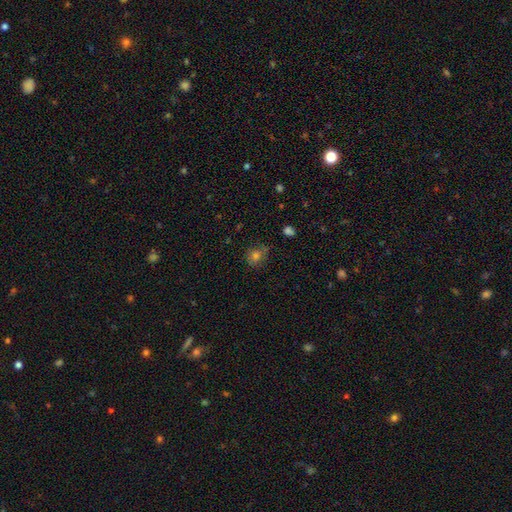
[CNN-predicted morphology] This is likely a smooth galaxy (70%). How rounded: likely round (77%). Merging: likely none (72%).